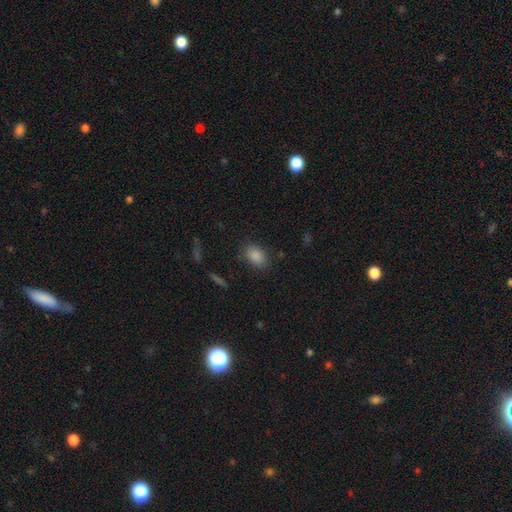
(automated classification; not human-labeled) This appears to be a smooth galaxy with no disk features (86%) that is in between round and cigar-shaped (83%). Merging: none (82%).